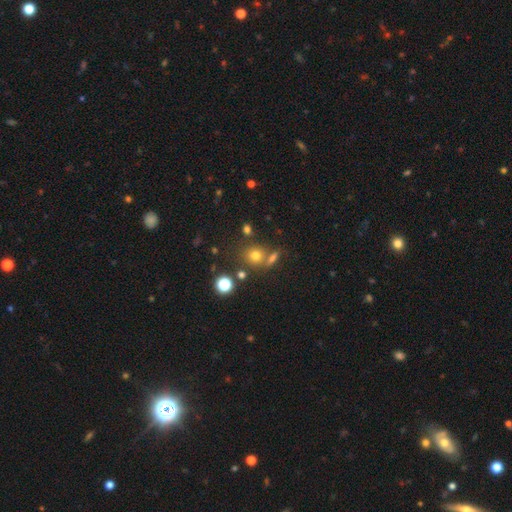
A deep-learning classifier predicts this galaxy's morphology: Smooth or featured? Predicted: smooth (p=0.70). How rounded? Predicted: round (p=0.81). Merging? Predicted: none (p=0.66).